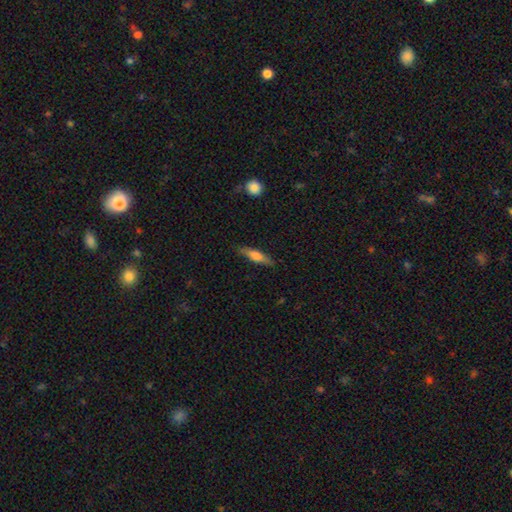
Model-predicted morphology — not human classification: This appears to be a smooth galaxy with no disk features (58%) that is cigar-shaped (71%). Merging: none (84%).